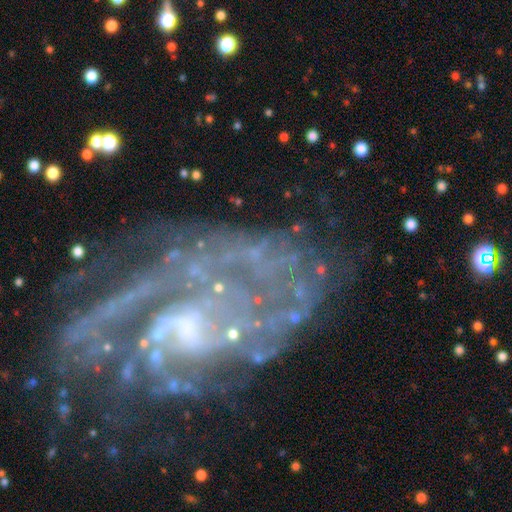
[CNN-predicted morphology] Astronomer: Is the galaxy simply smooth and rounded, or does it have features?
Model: featured or disk — 85%.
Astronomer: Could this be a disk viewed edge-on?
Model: no — 97%.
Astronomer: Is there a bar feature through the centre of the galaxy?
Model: no — 58%.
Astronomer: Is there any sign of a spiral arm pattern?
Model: yes — 86%.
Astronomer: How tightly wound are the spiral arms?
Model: medium — 40% (runner-up: tight, 37%).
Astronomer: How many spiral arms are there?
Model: can't tell — 31% (runner-up: 2, 29%).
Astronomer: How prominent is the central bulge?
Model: small — 34% (runner-up: moderate, 30%).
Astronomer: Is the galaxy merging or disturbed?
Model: none — 47% (runner-up: major disturbance, 28%).